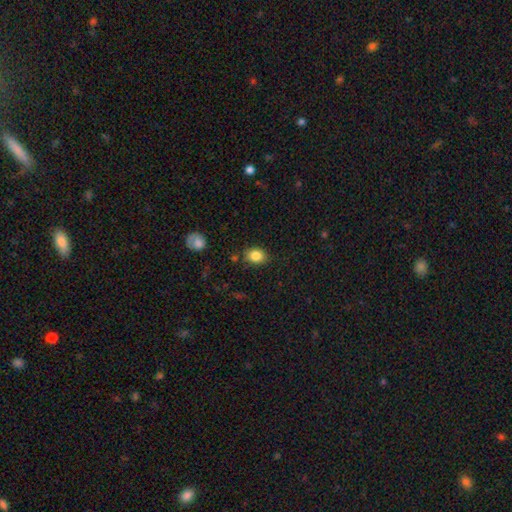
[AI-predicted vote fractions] The model was most divided on "how rounded": in between: 61%, round: 38%, cigar-shaped: 1%. More confident: smooth or featured — smooth (84%); merging — none (81%).